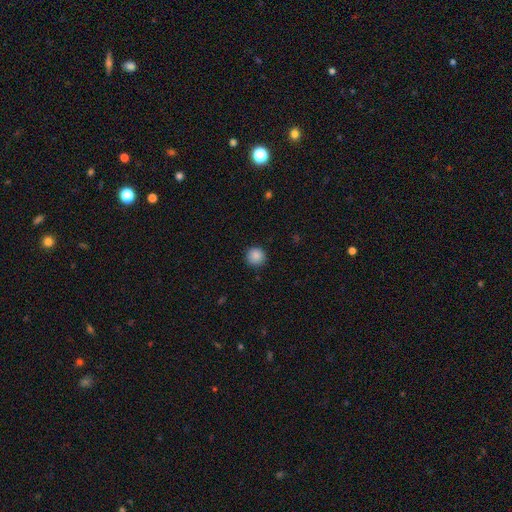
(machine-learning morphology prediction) Q: Smooth or featured?
A: smooth (88%); runner-up: star or artifact (9%)
Q: How rounded?
A: round (94%); runner-up: in between (5%)
Q: Merging?
A: none (90%); runner-up: minor disturbance (7%)